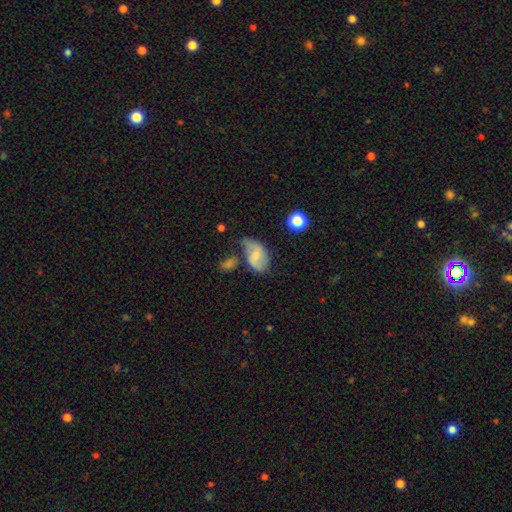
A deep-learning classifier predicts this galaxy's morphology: smooth_or_featured: featured or disk (p=0.48) [alt: smooth p=0.44]
merging: none (p=0.43) [alt: minor disturbance p=0.30]